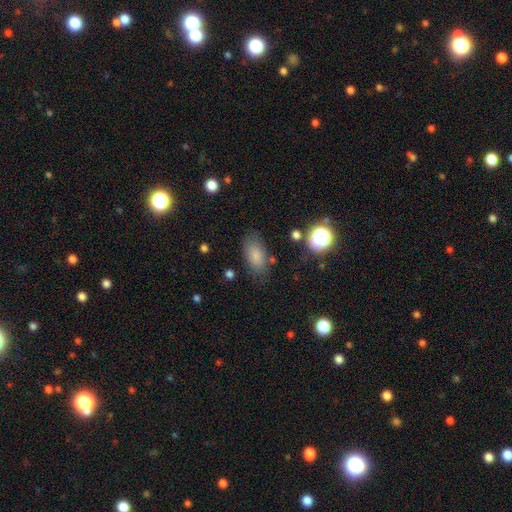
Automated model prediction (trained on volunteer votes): This is likely a smooth galaxy (80%). How rounded: clearly in between (89%). Merging: likely none (76%).